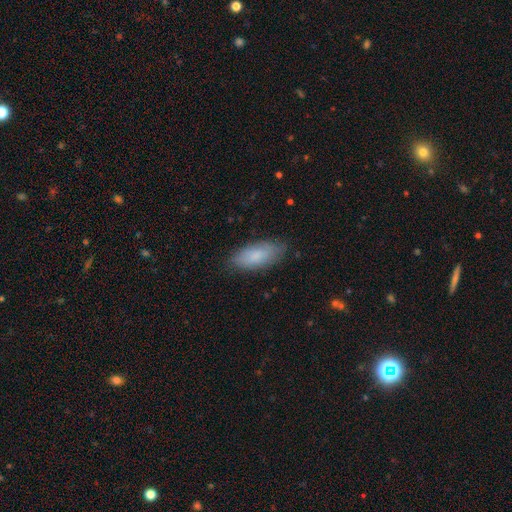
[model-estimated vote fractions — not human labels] Smooth or featured? smooth (84%)
How rounded? in between (83%)
Merging? none (81%)